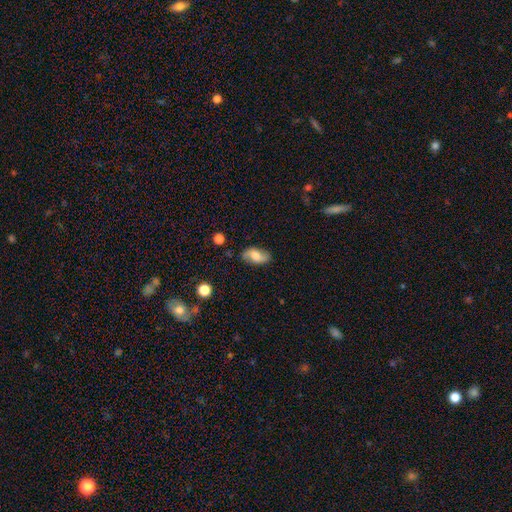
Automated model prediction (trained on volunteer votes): This is possibly a smooth galaxy (56%). How rounded: clearly in between (91%). Merging: likely none (79%).